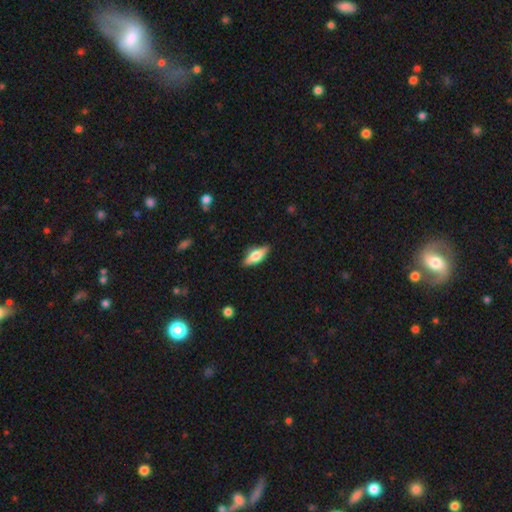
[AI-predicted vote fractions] Smooth or featured: smooth — 47% (tied with featured or disk — 47%)
Merging: none — 85% (minor disturbance — 11%)